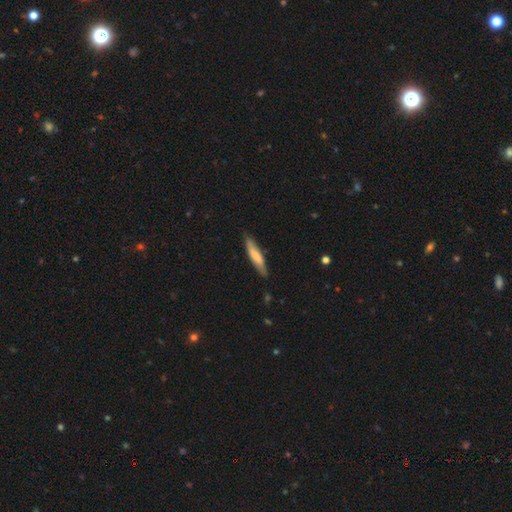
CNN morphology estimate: Smooth or featured?
  - smooth: 67% *
  - featured or disk: 28%
  - star or artifact: 5%
How rounded?
  - cigar-shaped: 86% *
  - in between: 12%
  - round: 1%
Merging?
  - none: 81% *
  - minor disturbance: 15%
  - major disturbance: 2%
  - merger: 1%